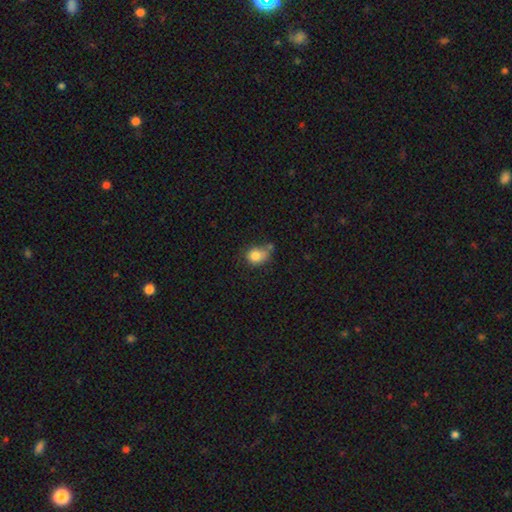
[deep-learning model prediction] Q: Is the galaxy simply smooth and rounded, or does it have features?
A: smooth — 81%.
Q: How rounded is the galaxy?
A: round — 58%.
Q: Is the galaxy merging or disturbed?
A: none — 41%.